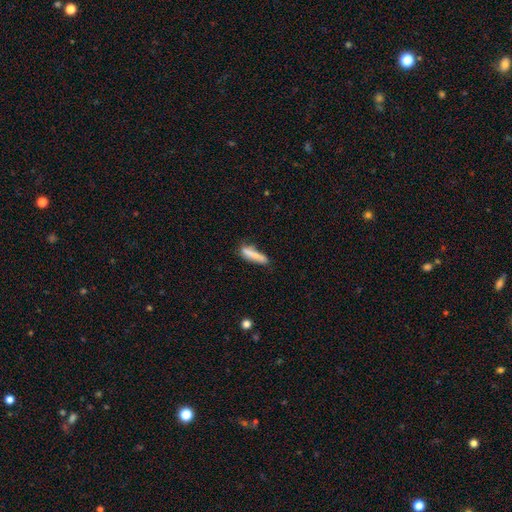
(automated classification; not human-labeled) smooth_or_featured: smooth (p=0.76) [alt: featured or disk p=0.17]
how_rounded: cigar-shaped (p=0.79) [alt: in between p=0.19]
merging: none (p=0.67) [alt: minor disturbance p=0.21]